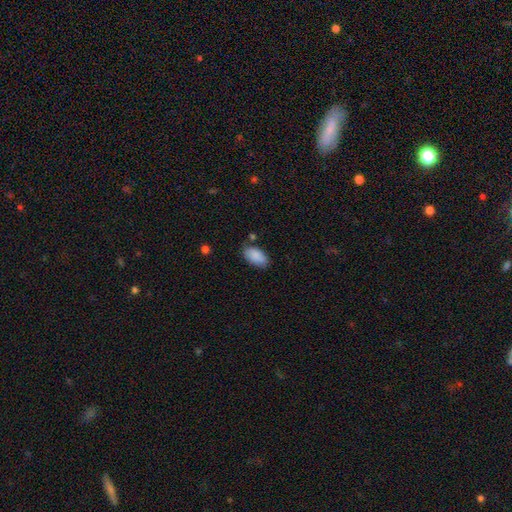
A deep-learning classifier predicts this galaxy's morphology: A smooth galaxy with no disk features (89%) that is in between round and cigar-shaped (94%). Merging: none (78%).